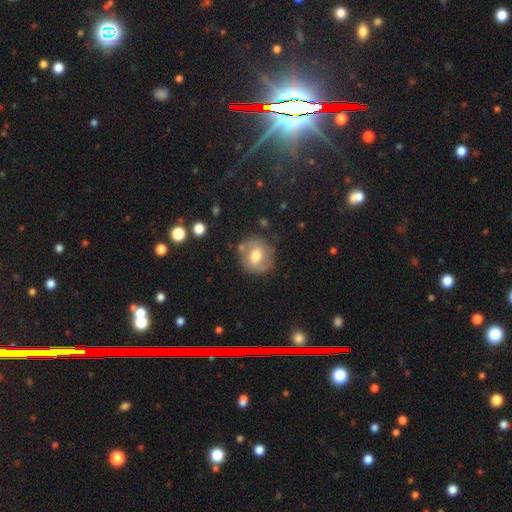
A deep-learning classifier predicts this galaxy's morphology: type=smooth (59%); roundness=round (83%); merging=none (75%).